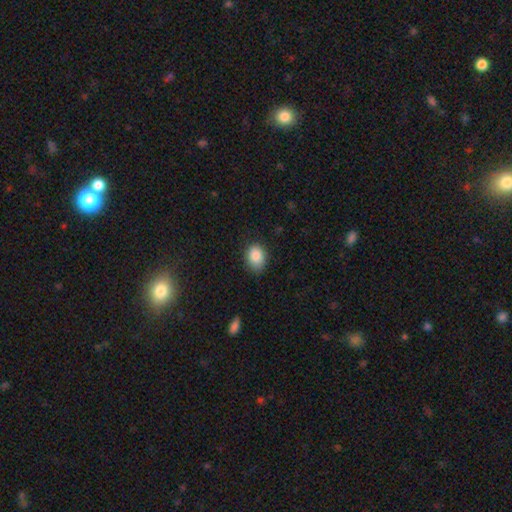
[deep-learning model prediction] This is clearly a smooth galaxy (87%). How rounded: likely in between (64%). Merging: likely none (79%).